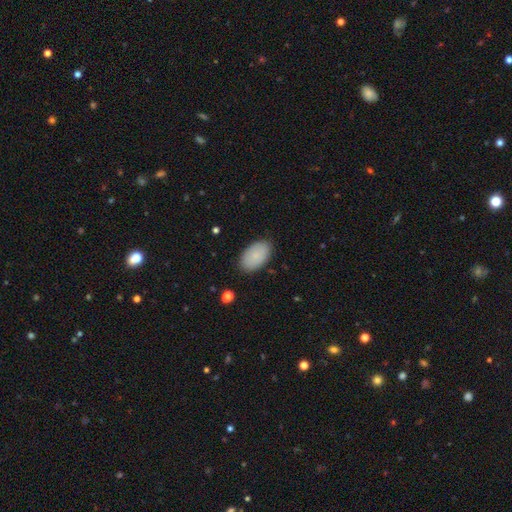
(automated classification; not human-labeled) Smooth or featured? Predicted: smooth (p=0.86). How rounded? Predicted: in between (p=0.94). Merging? Predicted: none (p=0.87).